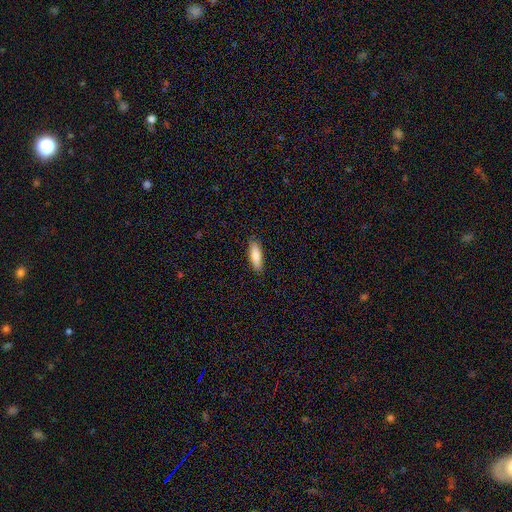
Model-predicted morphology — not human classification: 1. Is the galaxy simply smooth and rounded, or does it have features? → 85% smooth, 10% featured or disk, 6% star or artifact.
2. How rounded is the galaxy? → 52% in between, 46% cigar-shaped, 2% round.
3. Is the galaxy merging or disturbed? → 88% none, 9% minor disturbance, 2% major disturbance, 1% merger.